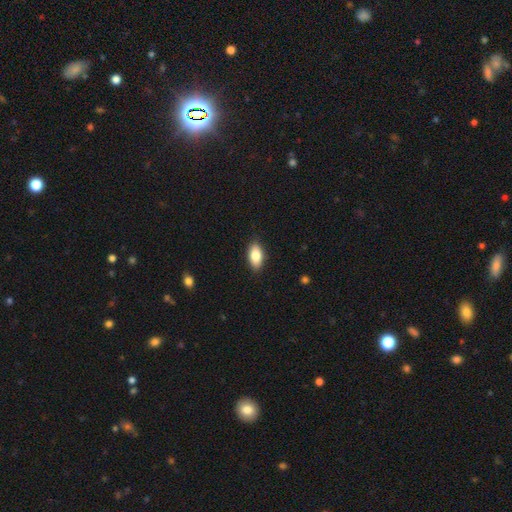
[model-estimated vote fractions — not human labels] A smooth galaxy with no disk features (83%) that is in between round and cigar-shaped (91%). Merging: none (88%).